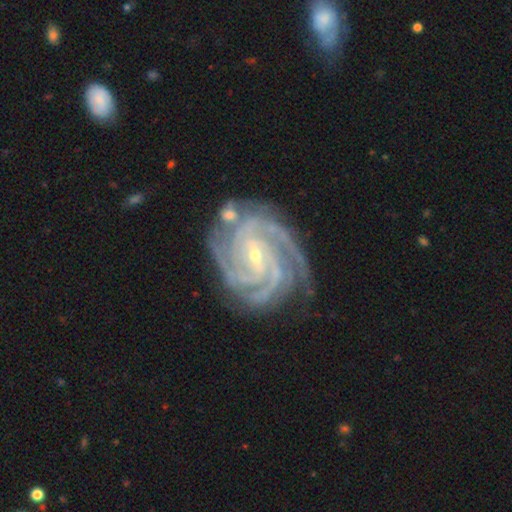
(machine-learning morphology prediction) This appears to be a featured or disk galaxy (93%) with a weak bar (46%), 4 (47%) tight (75%) spiral arms (99%) and a small central bulge (75%). Merging: none (74%).